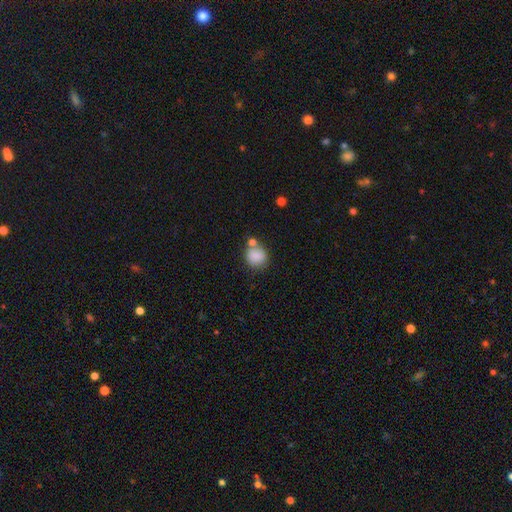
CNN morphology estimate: Smooth or featured?
  - smooth: 83% *
  - star or artifact: 9%
  - featured or disk: 8%
How rounded?
  - round: 74% *
  - in between: 25%
  - cigar-shaped: 1%
Merging?
  - none: 56% *
  - merger: 22%
  - minor disturbance: 17%
  - major disturbance: 6%